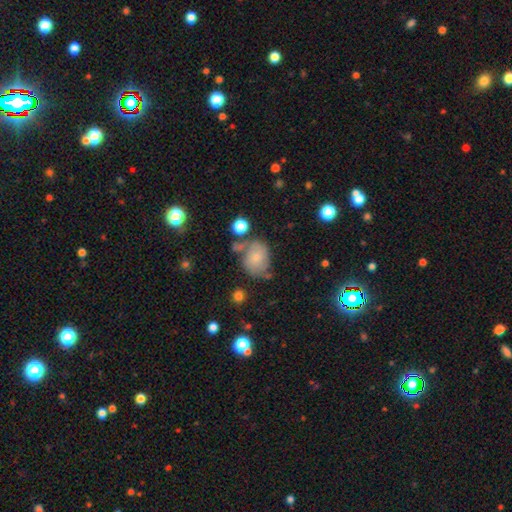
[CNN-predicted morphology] A smooth galaxy with no disk features (68%) that is round (55%).

Vote fractions:
- Smooth or featured? smooth: 68% / featured or disk: 22% / star or artifact: 10%
- How rounded? round: 55% / in between: 44% / cigar-shaped: 1%
- Merging? none: 53% / minor disturbance: 23% / merger: 14% / major disturbance: 10%